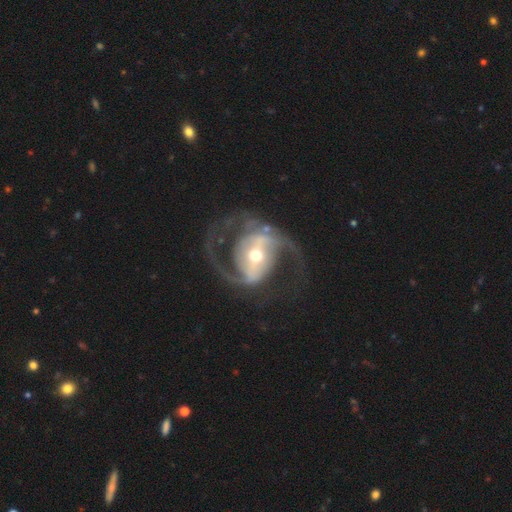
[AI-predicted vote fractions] A featured or disk galaxy (89%) with a strong bar (43%), 2 (90%) medium (53%) spiral arms (94%) and a moderate central bulge (67%). Merging: none (69%).